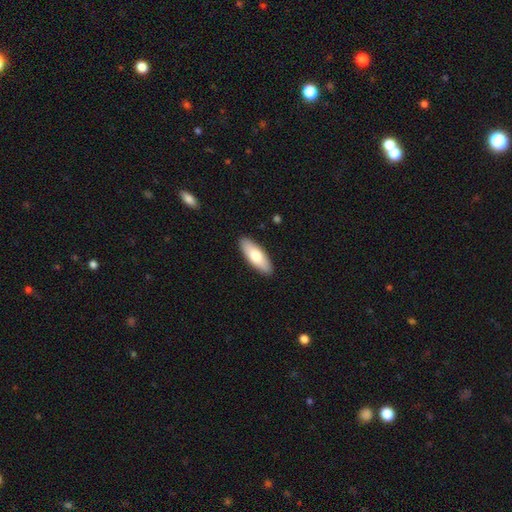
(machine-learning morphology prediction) Overall: smooth (75%). How rounded: in between (68%; cigar-shaped 30%). Merging: none (90%).